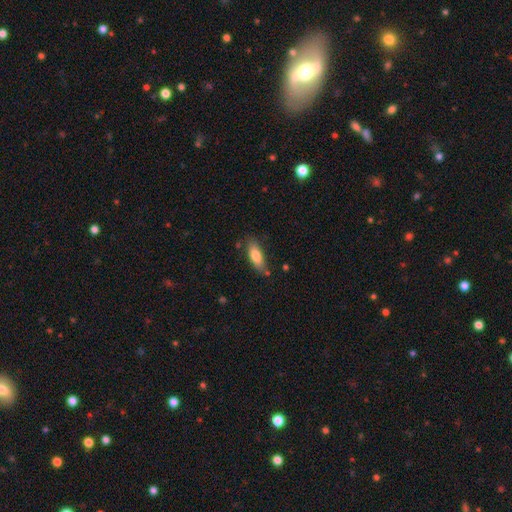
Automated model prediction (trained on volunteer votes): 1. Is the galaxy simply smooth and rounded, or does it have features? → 79% smooth, 15% featured or disk, 7% star or artifact.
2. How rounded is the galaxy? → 69% in between, 29% cigar-shaped, 2% round.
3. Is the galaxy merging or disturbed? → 73% none, 18% minor disturbance, 4% merger, 4% major disturbance.